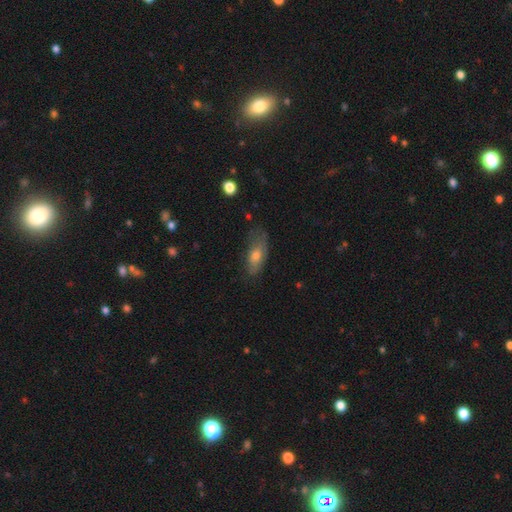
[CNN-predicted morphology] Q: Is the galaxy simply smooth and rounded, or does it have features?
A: smooth — 63%.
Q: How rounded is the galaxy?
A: in between — 78%.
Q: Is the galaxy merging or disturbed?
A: none — 58%.